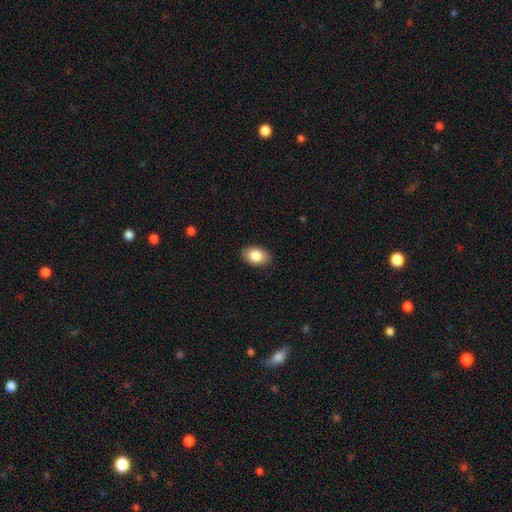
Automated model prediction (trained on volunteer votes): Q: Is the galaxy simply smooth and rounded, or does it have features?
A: smooth — 85%.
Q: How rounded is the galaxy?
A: in between — 85%.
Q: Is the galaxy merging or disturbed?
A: none — 87%.